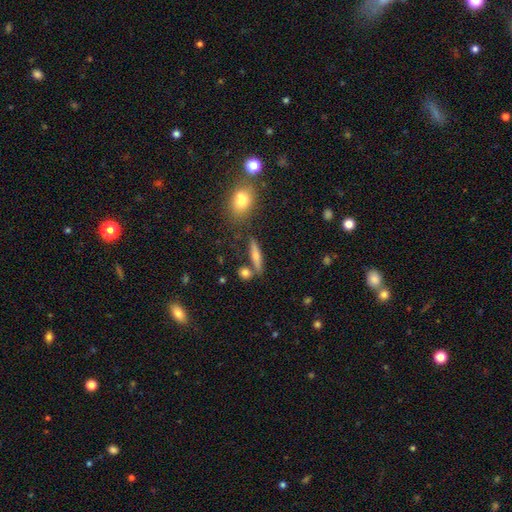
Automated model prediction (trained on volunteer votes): The model was most divided on "smooth or featured": smooth: 47%, featured or disk: 36%, star or artifact: 17%. More confident: merging — none (70%).